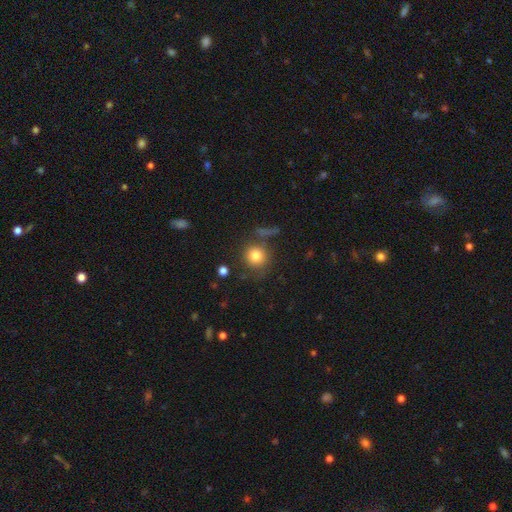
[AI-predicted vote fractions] A smooth galaxy with no disk features (81%) that is round (91%).

Vote fractions:
- Smooth or featured? smooth: 81% / star or artifact: 11% / featured or disk: 8%
- How rounded? round: 91% / in between: 8% / cigar-shaped: 1%
- Merging? none: 75% / minor disturbance: 12% / merger: 7% / major disturbance: 6%